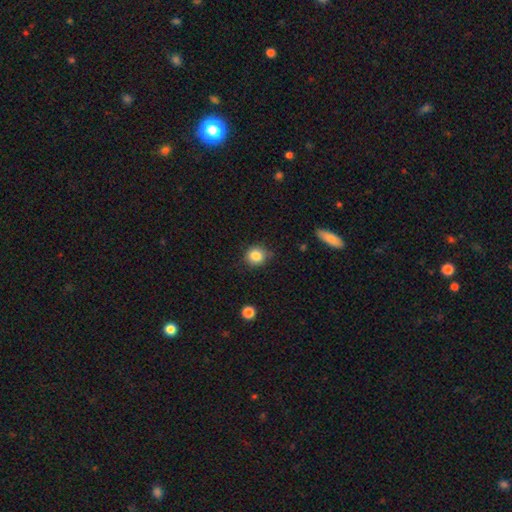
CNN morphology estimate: Smooth or featured? Predicted: smooth (p=0.84). How rounded? Predicted: round (p=0.85). Merging? Predicted: none (p=0.78).